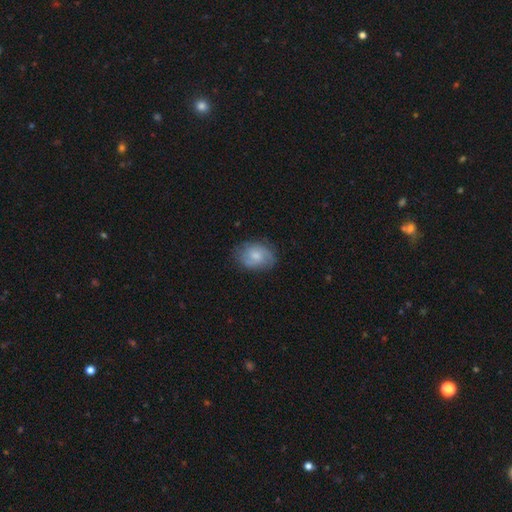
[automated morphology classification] This is possibly a smooth galaxy (55%). How rounded: likely in between (68%). Merging: likely none (69%).